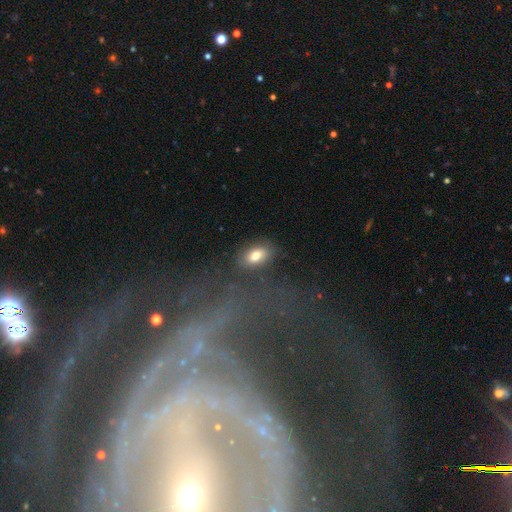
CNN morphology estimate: A smooth galaxy with no disk features (76%) that is in between round and cigar-shaped (90%). Merging: none (81%).